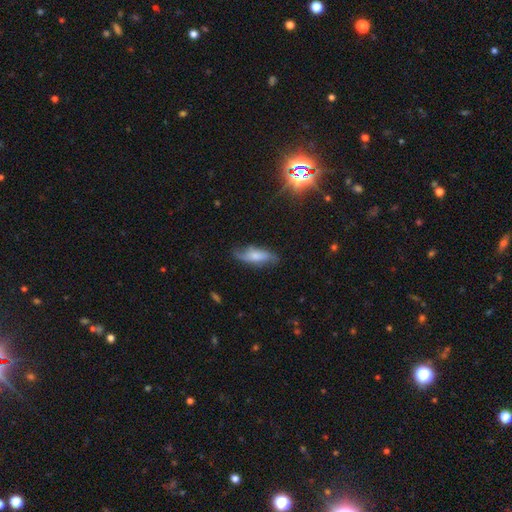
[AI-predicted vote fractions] Q: Smooth or featured?
A: smooth (53%); runner-up: featured or disk (40%)
Q: How rounded?
A: in between (59%); runner-up: cigar-shaped (38%)
Q: Merging?
A: none (67%); runner-up: minor disturbance (24%)